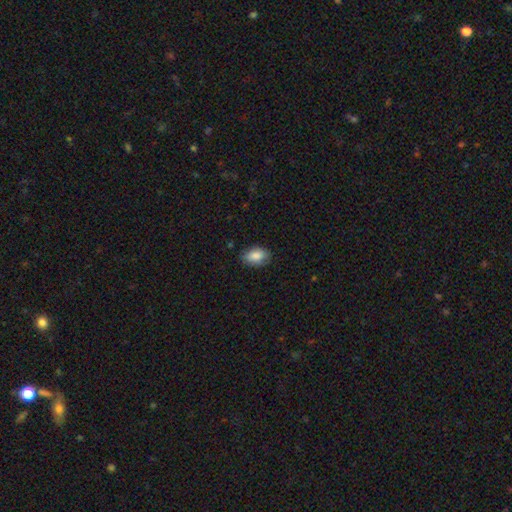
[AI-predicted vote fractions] Smooth or featured?
  - smooth: 85% *
  - featured or disk: 8%
  - star or artifact: 7%
How rounded?
  - in between: 86% *
  - round: 12%
  - cigar-shaped: 1%
Merging?
  - none: 79% *
  - minor disturbance: 17%
  - major disturbance: 3%
  - merger: 1%